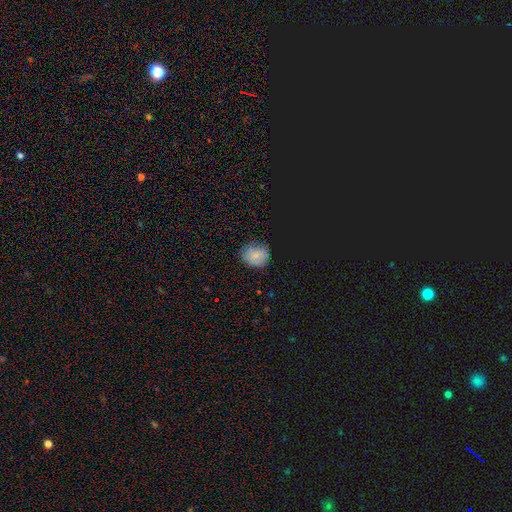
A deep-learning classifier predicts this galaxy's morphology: Smooth or featured?
  - smooth: 76% *
  - star or artifact: 15%
  - featured or disk: 9%
How rounded?
  - round: 74% *
  - in between: 25%
  - cigar-shaped: 1%
Merging?
  - none: 81% *
  - minor disturbance: 14%
  - major disturbance: 3%
  - merger: 1%